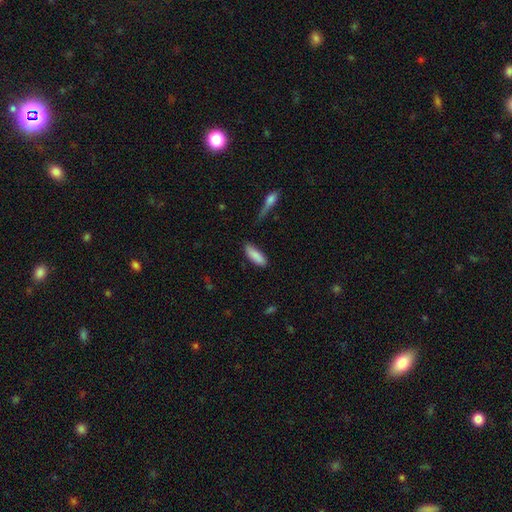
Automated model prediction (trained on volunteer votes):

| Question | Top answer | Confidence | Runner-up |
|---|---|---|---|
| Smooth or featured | smooth | 88% | star or artifact (6%) |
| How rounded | in between | 60% | cigar-shaped (39%) |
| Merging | none | 80% | minor disturbance (15%) |